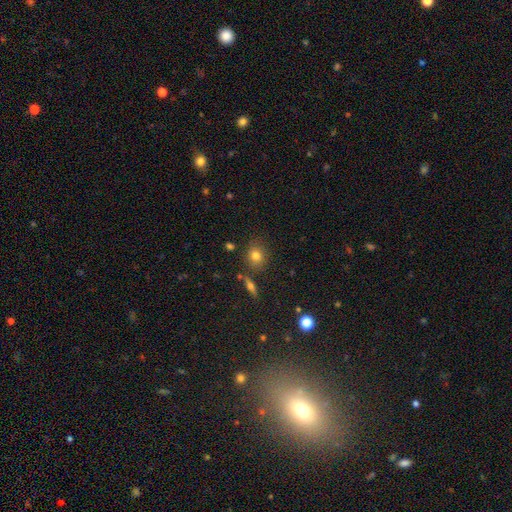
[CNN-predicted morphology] Smooth or featured? smooth (77%)
How rounded? round (68%)
Merging? none (78%)